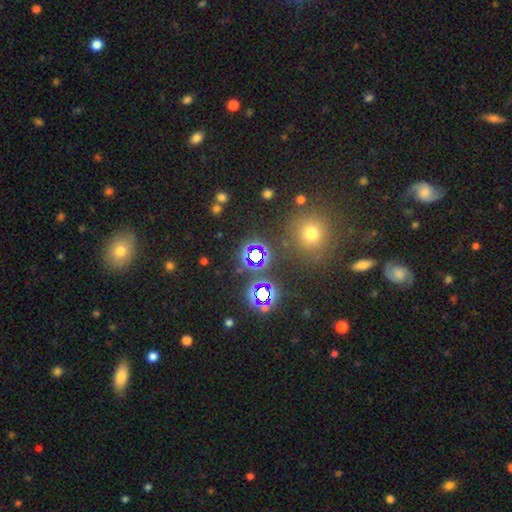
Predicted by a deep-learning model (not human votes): Morphology: type=star or artifact (68%).